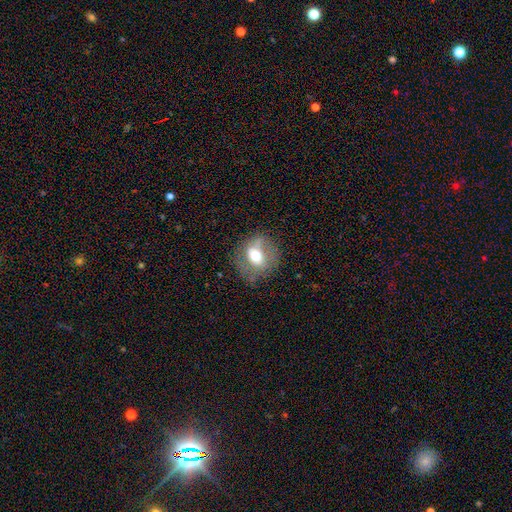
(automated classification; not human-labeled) smooth 50%, featured or disk 40%, star or artifact 10%. Down the decision tree: how rounded — round (67%); merging — none (64%).